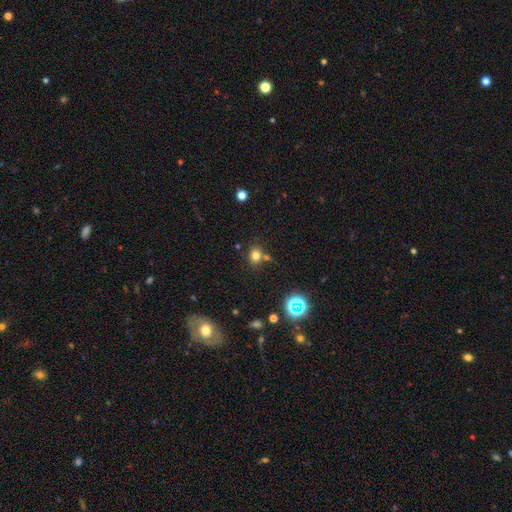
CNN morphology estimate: A smooth galaxy with no disk features (73%) that is round (61%). Merging: none (69%).